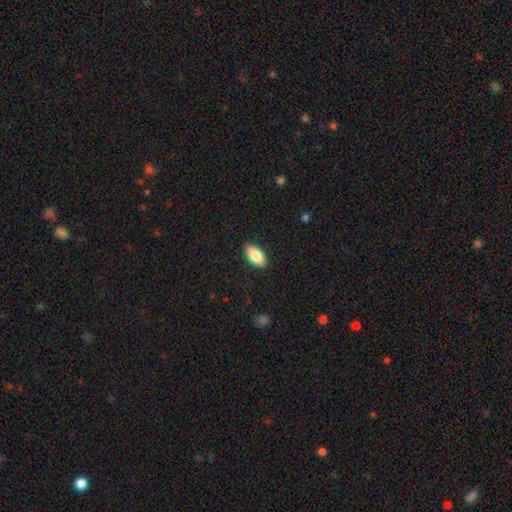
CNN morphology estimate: Q: Smooth or featured?
A: smooth (83%); runner-up: featured or disk (11%)
Q: How rounded?
A: in between (91%); runner-up: cigar-shaped (7%)
Q: Merging?
A: none (88%); runner-up: minor disturbance (9%)